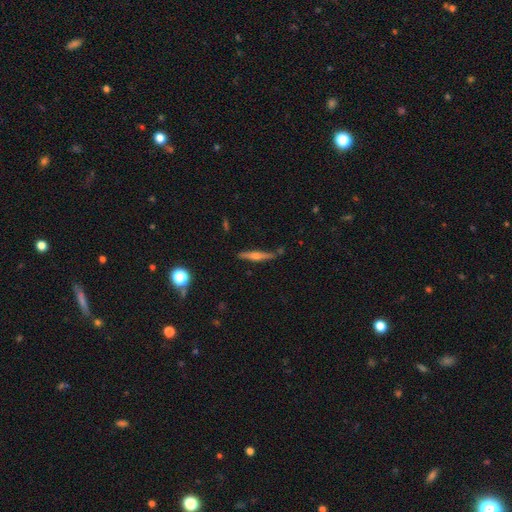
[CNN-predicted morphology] featured or disk 65%, smooth 27%, star or artifact 8%. Down the decision tree: edge-on disk — yes (96%); edge-on bulge — rounded (82%); merging — none (82%).